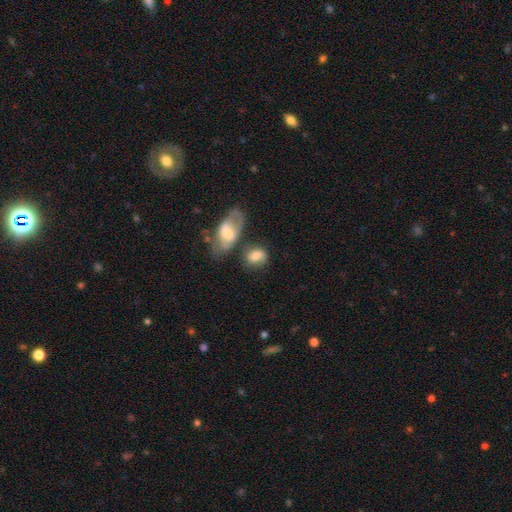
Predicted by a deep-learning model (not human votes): smooth-or-featured: smooth: 68% | featured or disk: 24% | star or artifact: 8%
  how-rounded: in between: 54% | round: 44% | cigar-shaped: 2%
  merging: none: 49% | minor disturbance: 21% | merger: 20% | major disturbance: 10%